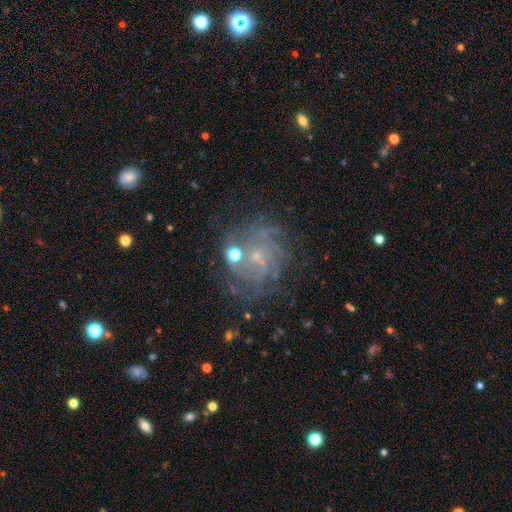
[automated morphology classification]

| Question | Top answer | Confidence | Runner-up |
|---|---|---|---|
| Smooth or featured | featured or disk | 71% | star or artifact (16%) |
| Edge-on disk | no | 98% | yes (2%) |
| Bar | no | 63% | weak (31%) |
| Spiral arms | yes | 89% | no (11%) |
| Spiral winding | tight | 55% | medium (33%) |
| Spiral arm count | can't tell | 40% | 4 (15%) |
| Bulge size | small | 70% | moderate (18%) |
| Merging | none | 68% | minor disturbance (16%) |